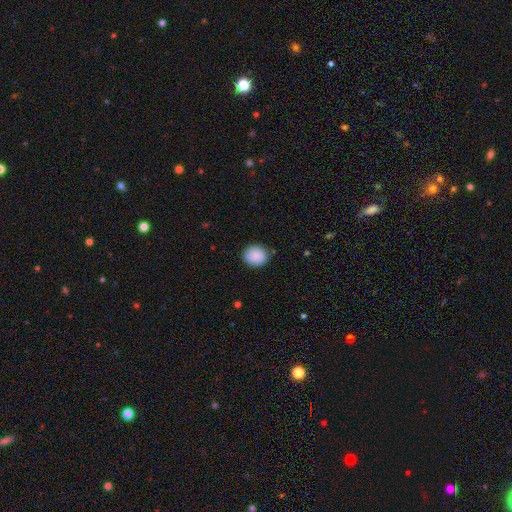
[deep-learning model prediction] smooth_or_featured: smooth (p=0.89) [alt: star or artifact p=0.07]
how_rounded: round (p=0.75) [alt: in between p=0.24]
merging: none (p=0.84) [alt: minor disturbance p=0.12]